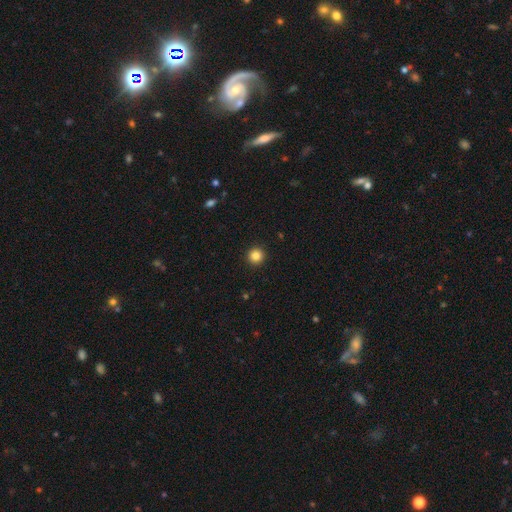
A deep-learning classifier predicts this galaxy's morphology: type=smooth (84%); roundness=round (96%); merging=none (93%).